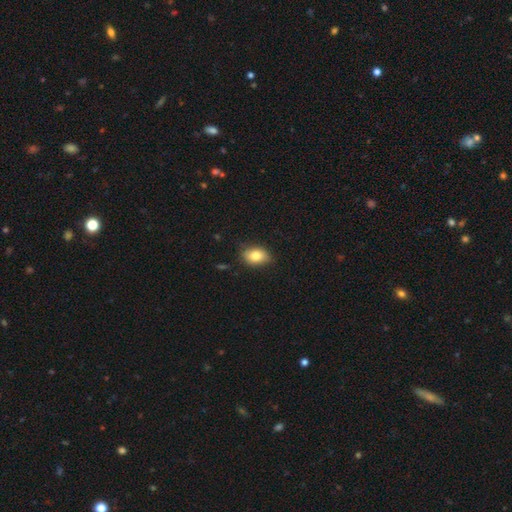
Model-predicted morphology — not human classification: smooth_or_featured: smooth (p=0.82) [alt: featured or disk p=0.10]
how_rounded: in between (p=0.81) [alt: round p=0.17]
merging: none (p=0.80) [alt: minor disturbance p=0.16]